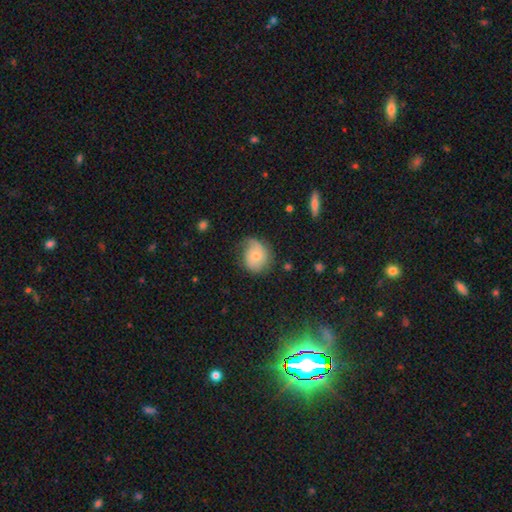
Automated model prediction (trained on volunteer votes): Morphology: type=smooth (57%); roundness=round (62%); merging=none (52%).